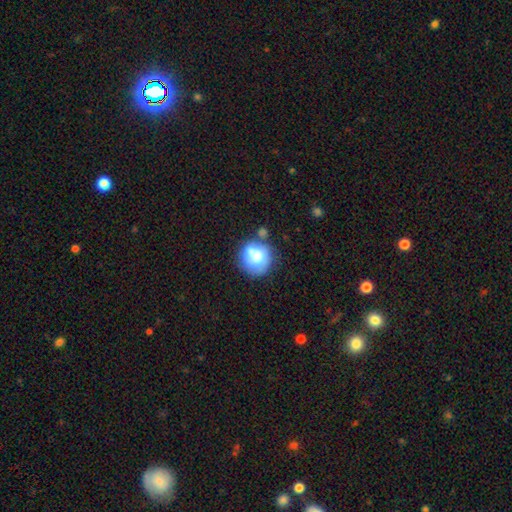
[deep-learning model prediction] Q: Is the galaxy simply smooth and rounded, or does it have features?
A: smooth — 65%.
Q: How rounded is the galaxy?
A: round — 87%.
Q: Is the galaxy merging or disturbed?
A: none — 50%.